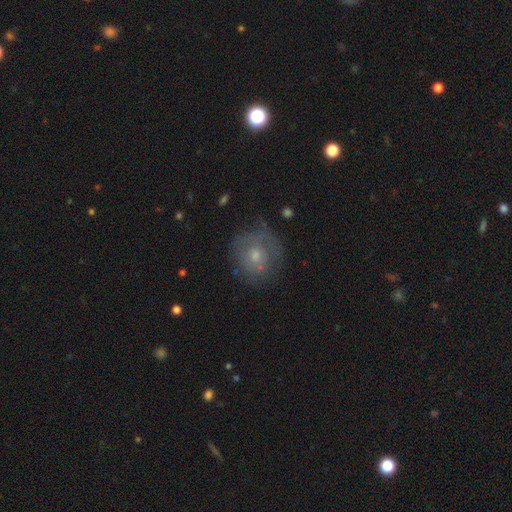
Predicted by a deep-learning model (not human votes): Smooth or featured? featured or disk (45%)
Merging? none (63%)